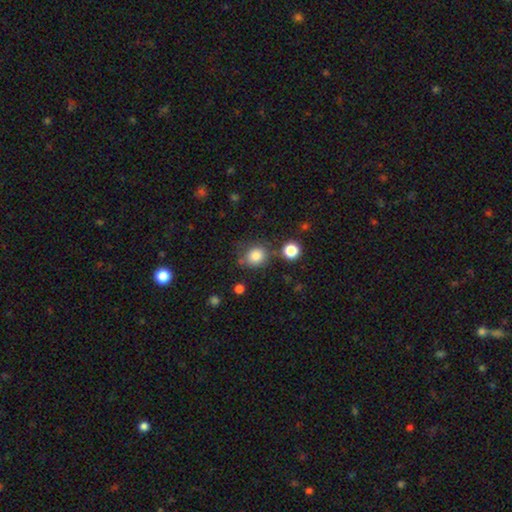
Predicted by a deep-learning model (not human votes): This appears to be a smooth galaxy with no disk features (83%) that is round (79%). Merging: none (70%).